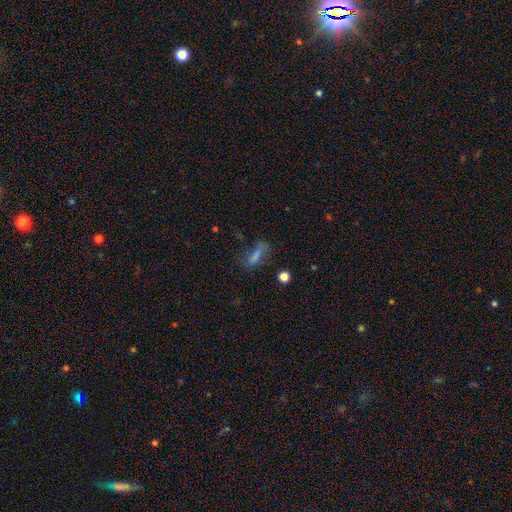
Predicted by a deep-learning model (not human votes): smooth 52%, featured or disk 26%, star or artifact 21%. Down the decision tree: how rounded — cigar-shaped (56%); merging — none (56%).